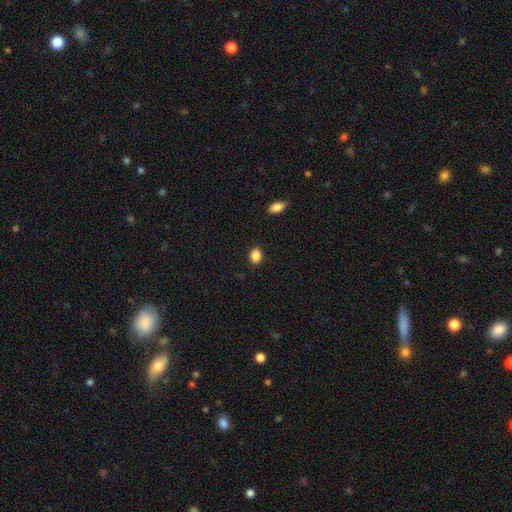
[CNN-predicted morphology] Smooth or featured? smooth (87%)
How rounded? in between (63%)
Merging? none (89%)